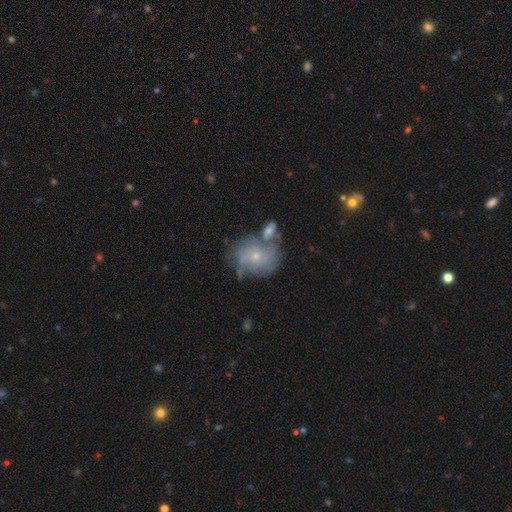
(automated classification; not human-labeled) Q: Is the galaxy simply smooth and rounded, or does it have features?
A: featured or disk — 63%.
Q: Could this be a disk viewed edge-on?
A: no — 97%.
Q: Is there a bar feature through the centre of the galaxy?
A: no — 81%.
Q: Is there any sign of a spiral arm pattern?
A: yes — 74%.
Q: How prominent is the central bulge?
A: small — 75%.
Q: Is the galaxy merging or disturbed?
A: none — 46%.